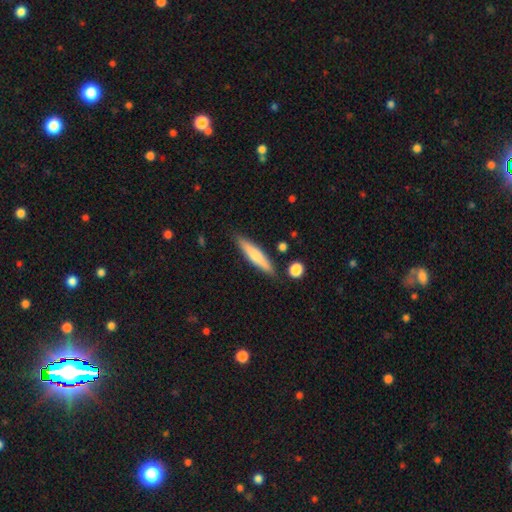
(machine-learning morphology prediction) smooth 68%, featured or disk 26%, star or artifact 6%. Down the decision tree: how rounded — cigar-shaped (87%); merging — none (85%).